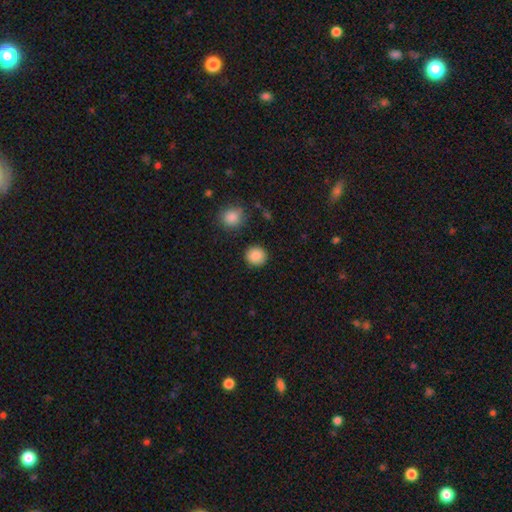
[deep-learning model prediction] The model was most divided on "smooth or featured": smooth: 88%, star or artifact: 9%, featured or disk: 4%. More confident: how rounded — round (92%); merging — none (90%).